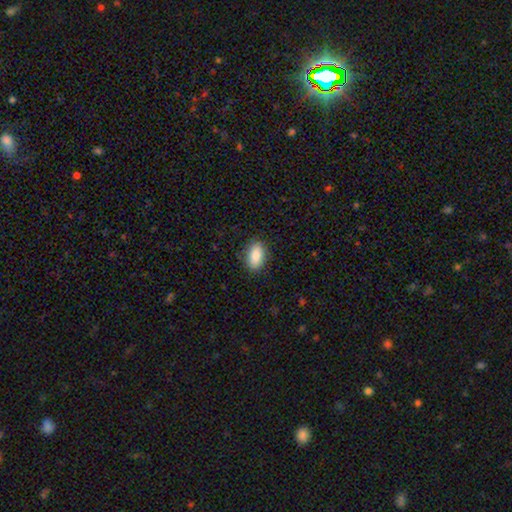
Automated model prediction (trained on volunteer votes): Q: Smooth or featured?
A: smooth (88%); runner-up: star or artifact (7%)
Q: How rounded?
A: in between (91%); runner-up: round (6%)
Q: Merging?
A: none (87%); runner-up: minor disturbance (10%)